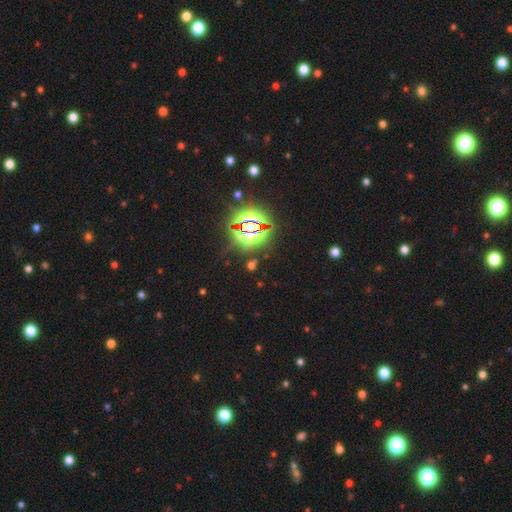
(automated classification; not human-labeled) This is clearly a star or artifact rather than a galaxy (85%).